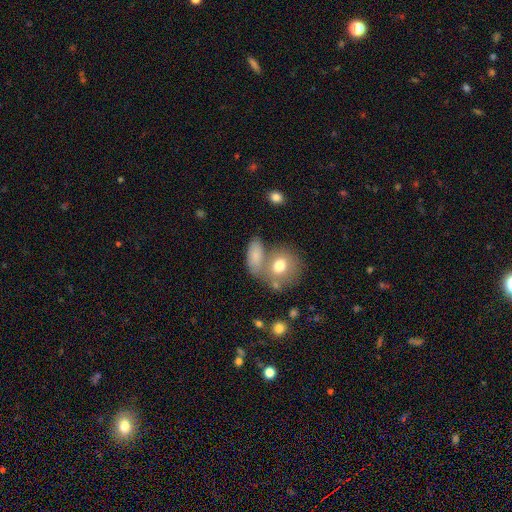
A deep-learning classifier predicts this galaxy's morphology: Smooth or featured?
  - smooth: 78% *
  - featured or disk: 14%
  - star or artifact: 8%
How rounded?
  - in between: 79% *
  - round: 15%
  - cigar-shaped: 6%
Merging?
  - none: 45% *
  - merger: 33%
  - minor disturbance: 15%
  - major disturbance: 7%